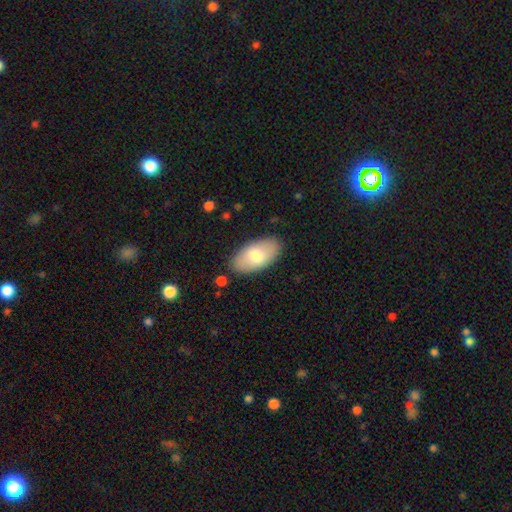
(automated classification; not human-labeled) The model was most divided on "smooth or featured": smooth: 74%, featured or disk: 20%, star or artifact: 6%. More confident: how rounded — in between (95%); merging — none (85%).